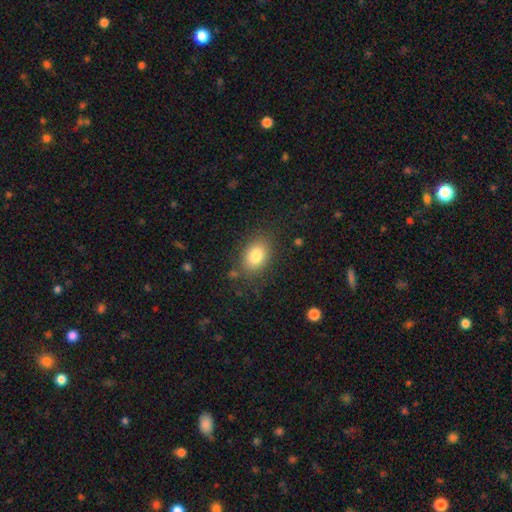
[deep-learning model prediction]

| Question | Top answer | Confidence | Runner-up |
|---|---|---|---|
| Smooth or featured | smooth | 82% | featured or disk (9%) |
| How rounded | in between | 78% | round (20%) |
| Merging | none | 80% | minor disturbance (13%) |